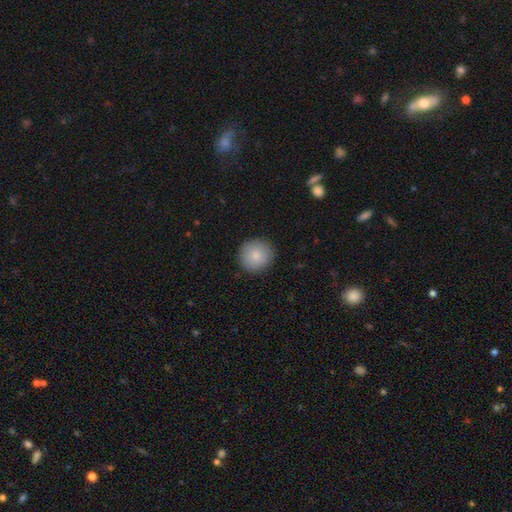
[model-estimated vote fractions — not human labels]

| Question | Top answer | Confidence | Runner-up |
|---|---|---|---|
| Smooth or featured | smooth | 85% | featured or disk (8%) |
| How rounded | round | 94% | in between (5%) |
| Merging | none | 90% | minor disturbance (7%) |